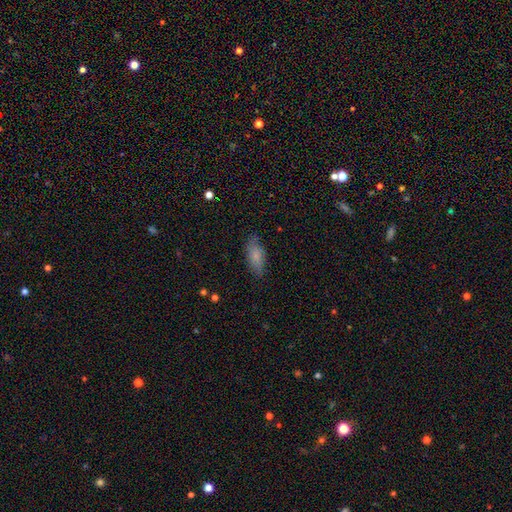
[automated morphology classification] type=smooth (76%); roundness=in between (77%); merging=none (74%).